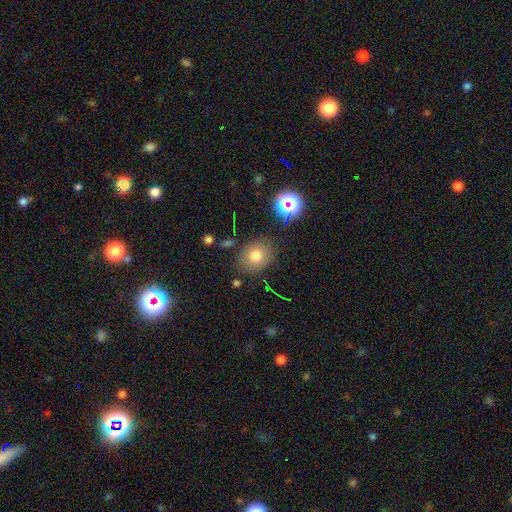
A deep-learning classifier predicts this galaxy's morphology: type=smooth (74%); roundness=round (53%); merging=none (80%).